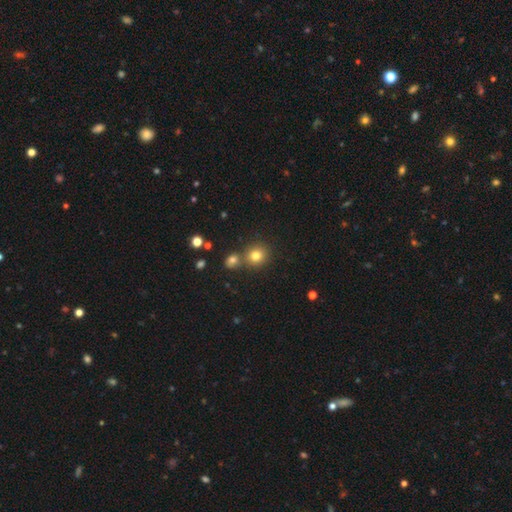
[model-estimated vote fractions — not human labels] Smooth or featured? smooth (78%)
How rounded? round (85%)
Merging? none (68%)